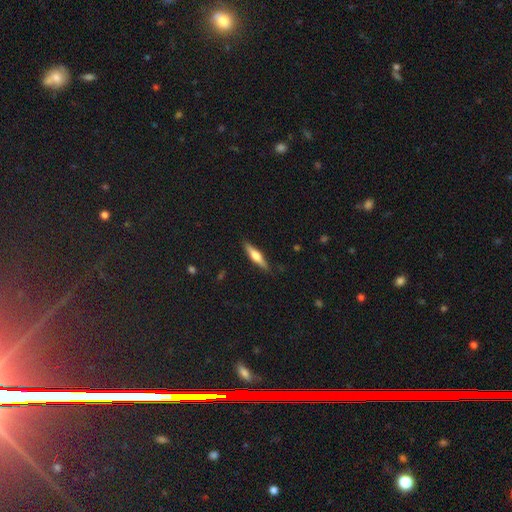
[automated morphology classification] type=featured or disk (49%); merging=none (88%).